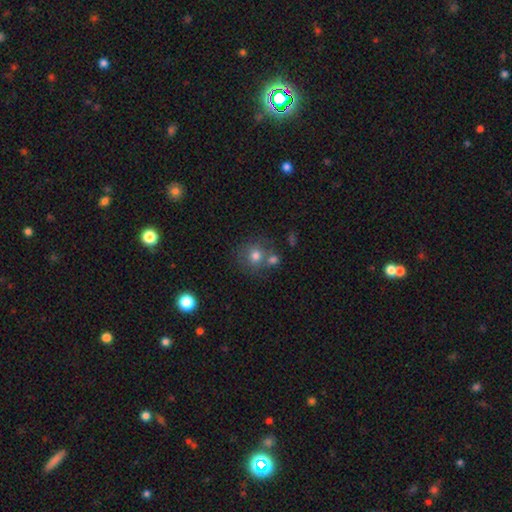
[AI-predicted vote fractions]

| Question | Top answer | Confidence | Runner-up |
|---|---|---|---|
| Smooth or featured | smooth | 76% | featured or disk (13%) |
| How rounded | round | 87% | in between (13%) |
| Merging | none | 57% | merger (28%) |